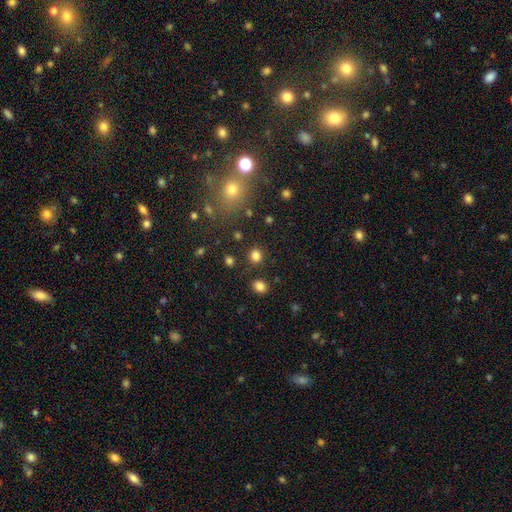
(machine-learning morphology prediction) type=smooth (81%); roundness=round (84%); merging=none (86%).